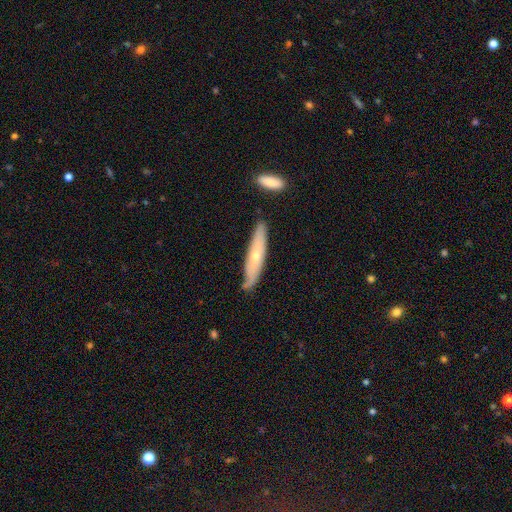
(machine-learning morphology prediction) smooth 48%, featured or disk 46%, star or artifact 6%. Down the decision tree: merging — none (74%).